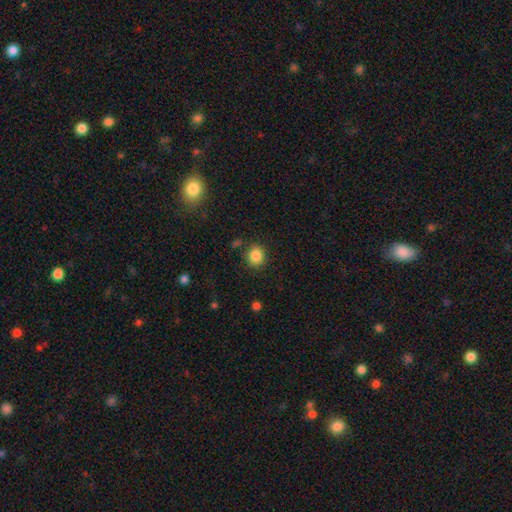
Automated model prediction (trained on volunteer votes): Smooth or featured: smooth — 85% (star or artifact — 10%)
How rounded: round — 75% (in between — 24%)
Merging: none — 84% (minor disturbance — 10%)